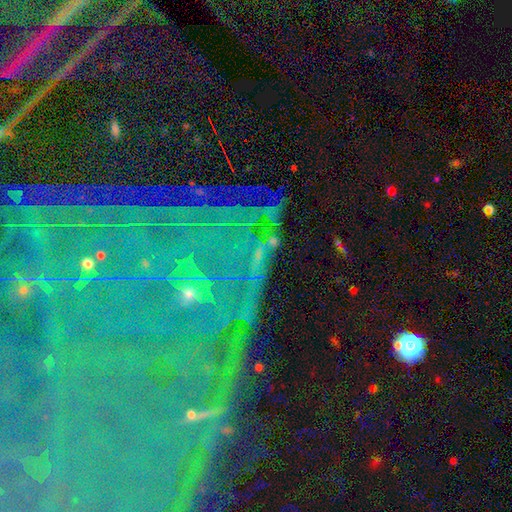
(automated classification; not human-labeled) Smooth or featured: star or artifact — 71% (featured or disk — 17%)